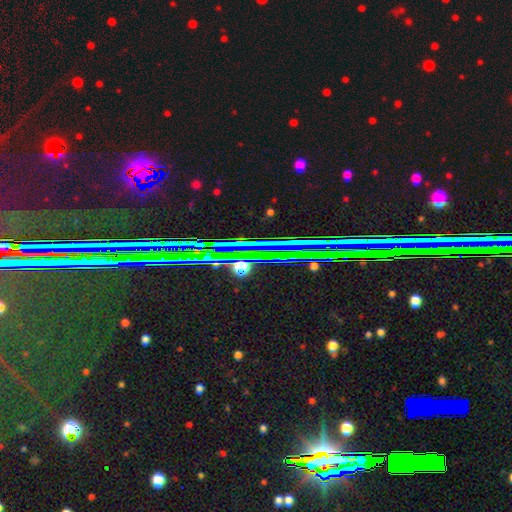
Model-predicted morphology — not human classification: type=star or artifact (80%).